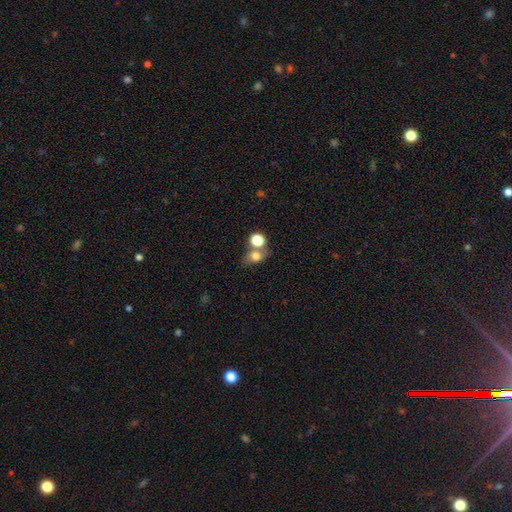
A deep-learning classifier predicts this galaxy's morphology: smooth 72%, featured or disk 14%, star or artifact 14%. Down the decision tree: how rounded — in between (52%); merging — none (50%).